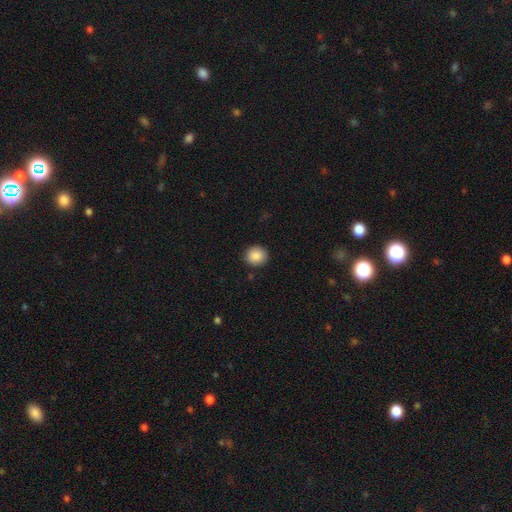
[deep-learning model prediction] This is clearly a smooth galaxy (88%). How rounded: clearly round (85%). Merging: clearly none (90%).